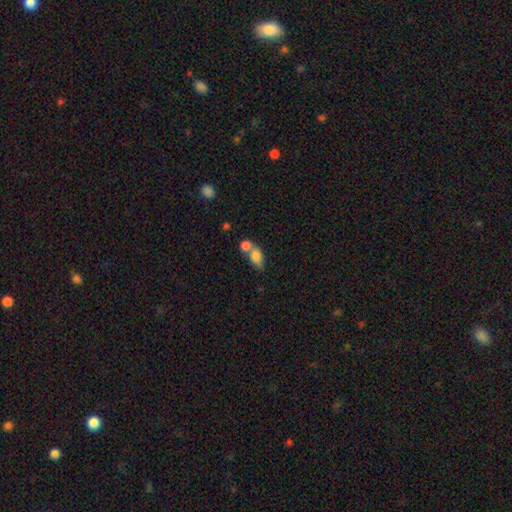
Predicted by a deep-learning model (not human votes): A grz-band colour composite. It shows a smooth galaxy with no disk features (80%) that is in between round and cigar-shaped (81%). Merging: merger (59%).